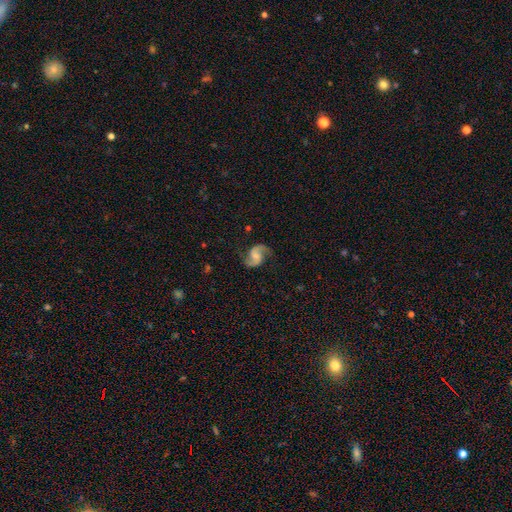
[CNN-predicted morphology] Q: Smooth or featured?
A: featured or disk (89%); runner-up: smooth (6%)
Q: Edge-on disk?
A: no (98%); runner-up: yes (2%)
Q: Bar?
A: no (46%); runner-up: weak (42%)
Q: Spiral arms?
A: yes (98%); runner-up: no (2%)
Q: Spiral winding?
A: loose (46%); tied with: medium (46%)
Q: Spiral arm count?
A: 2 (94%); runner-up: 1 (2%)
Q: Bulge size?
A: small (37%); runner-up: none (30%)
Q: Merging?
A: none (81%); runner-up: minor disturbance (13%)